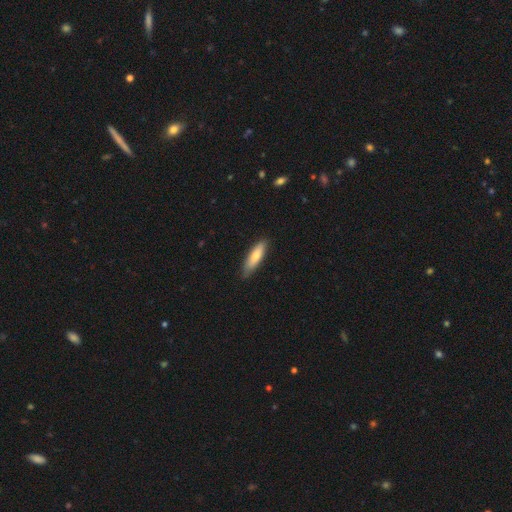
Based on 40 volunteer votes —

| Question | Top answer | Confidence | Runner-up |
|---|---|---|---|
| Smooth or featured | smooth | 78% | featured or disk (22%) |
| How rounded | cigar-shaped | 81% | in between (19%) |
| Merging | none | 75% | minor disturbance (22%) |